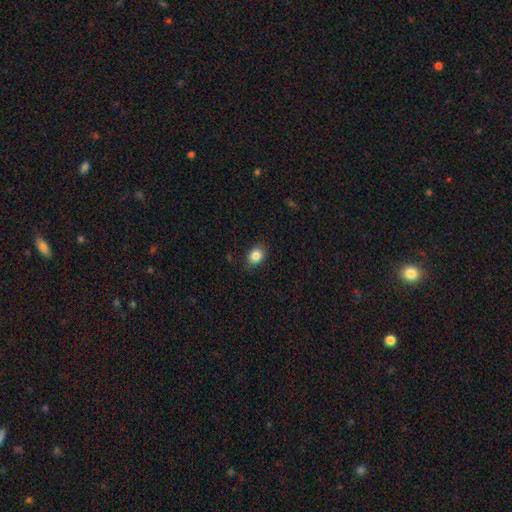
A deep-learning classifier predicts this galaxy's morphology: Smooth or featured: smooth — 85% (star or artifact — 9%)
How rounded: in between — 62% (round — 37%)
Merging: none — 86% (minor disturbance — 10%)